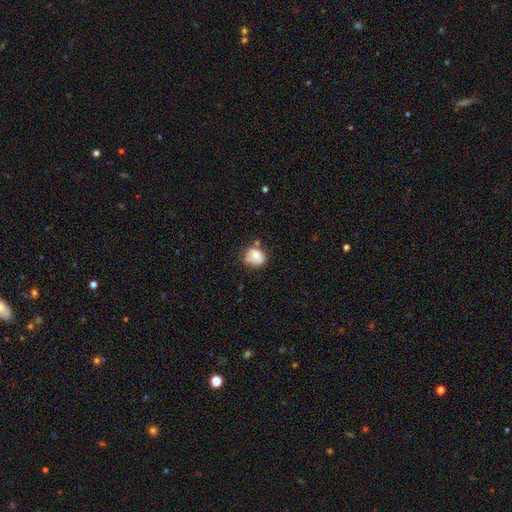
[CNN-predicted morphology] Q: Smooth or featured?
A: smooth (74%); runner-up: featured or disk (17%)
Q: How rounded?
A: round (62%); runner-up: in between (37%)
Q: Merging?
A: none (56%); runner-up: minor disturbance (26%)